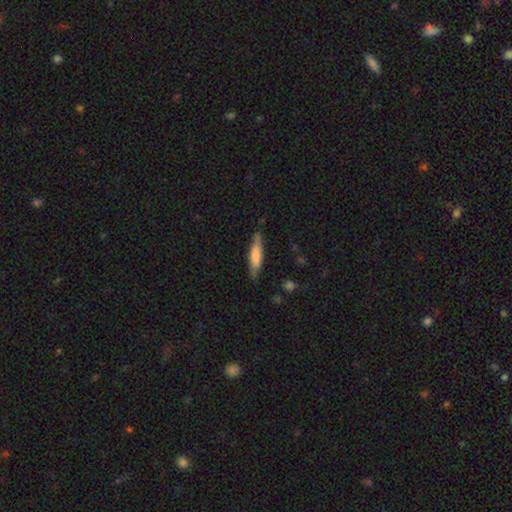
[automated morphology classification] The model was most divided on "smooth or featured": smooth: 68%, featured or disk: 26%, star or artifact: 6%. More confident: merging — none (78%); how rounded — cigar-shaped (77%).